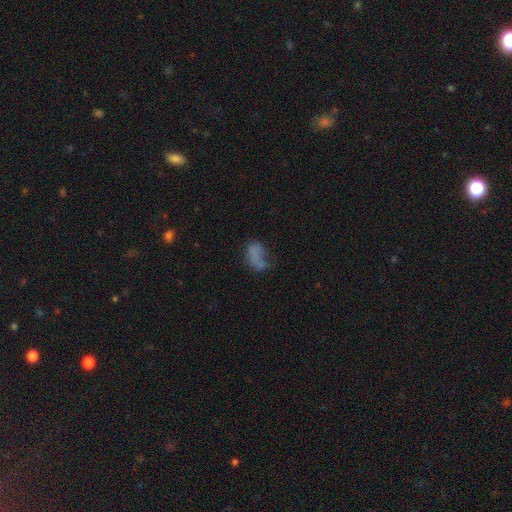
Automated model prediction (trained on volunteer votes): smooth 61%, featured or disk 24%, star or artifact 15%. Down the decision tree: how rounded — in between (83%); merging — none (33%).